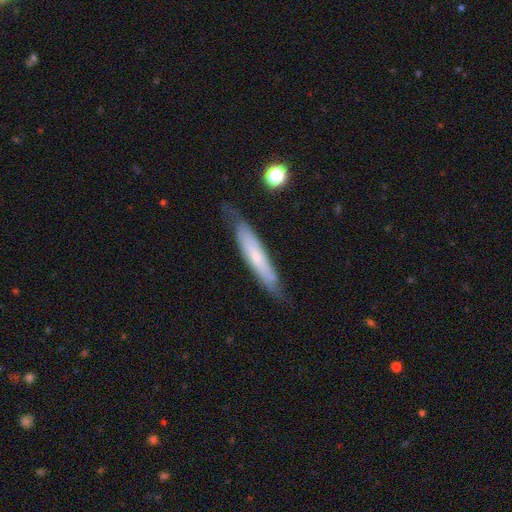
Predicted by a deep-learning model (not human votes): smooth-or-featured: smooth: 48% | featured or disk: 45% | star or artifact: 7%
  merging: none: 71% | minor disturbance: 22% | major disturbance: 6% | merger: 2%